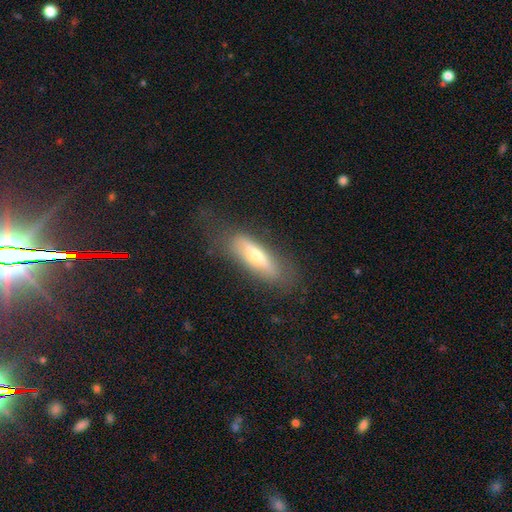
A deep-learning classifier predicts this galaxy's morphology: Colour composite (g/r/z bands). It shows a smooth galaxy with no disk features (50%) that is cigar-shaped (58%). Merging: none (65%).